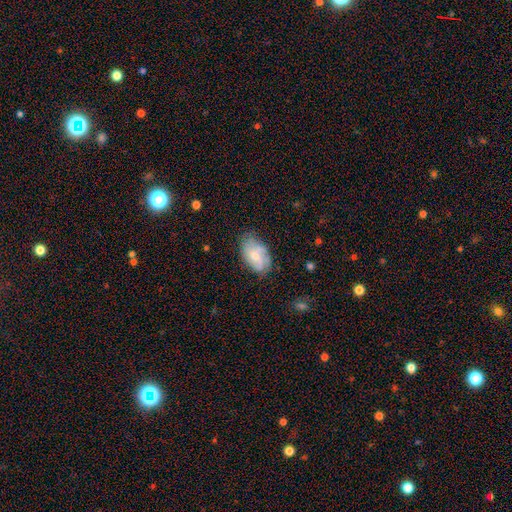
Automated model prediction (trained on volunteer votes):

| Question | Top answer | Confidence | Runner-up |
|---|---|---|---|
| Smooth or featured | smooth | 52% | featured or disk (41%) |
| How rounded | in between | 91% | round (8%) |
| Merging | none | 61% | minor disturbance (28%) |